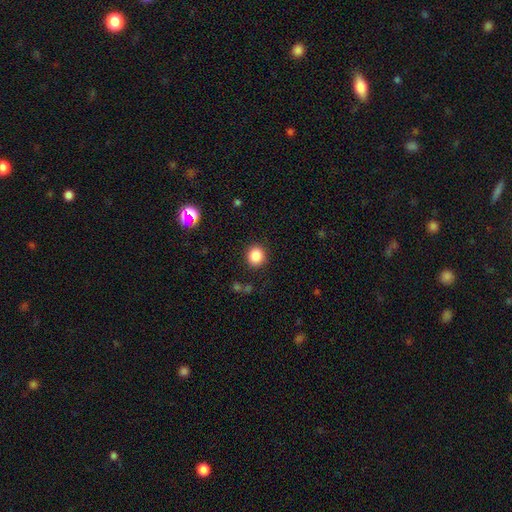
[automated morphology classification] smooth-or-featured: smooth: 85% | star or artifact: 11% | featured or disk: 4%
  how-rounded: round: 82% | in between: 17% | cigar-shaped: 1%
  merging: none: 88% | minor disturbance: 8% | major disturbance: 3% | merger: 2%